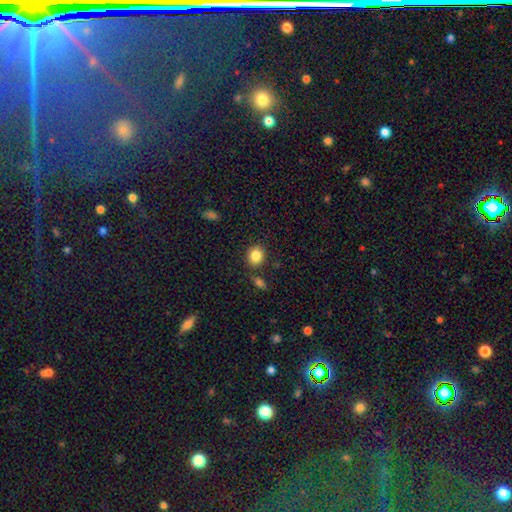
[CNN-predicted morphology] smooth_or_featured: smooth (p=0.85) [alt: star or artifact p=0.09]
how_rounded: round (p=0.64) [alt: in between p=0.35]
merging: none (p=0.81) [alt: minor disturbance p=0.09]